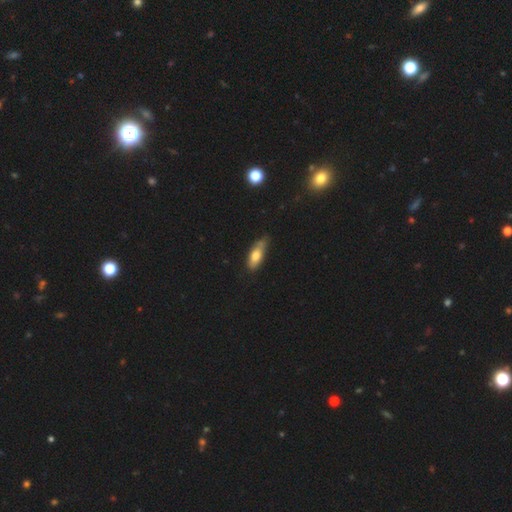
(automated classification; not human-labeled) Smooth or featured? smooth (72%)
How rounded? in between (68%)
Merging? none (54%)